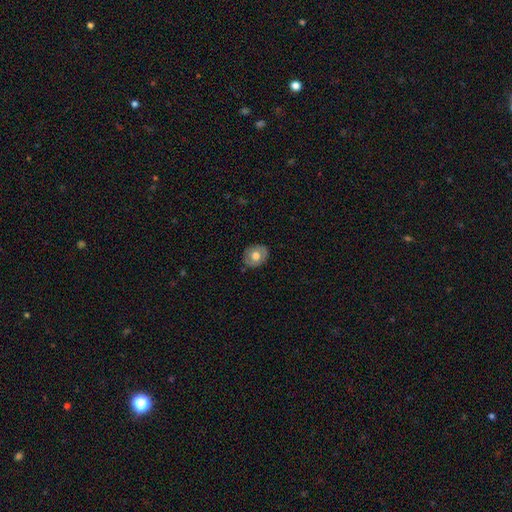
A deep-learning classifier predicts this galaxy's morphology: Smooth or featured: smooth — 65% (featured or disk — 28%)
How rounded: round — 60% (in between — 39%)
Merging: none — 84% (minor disturbance — 13%)